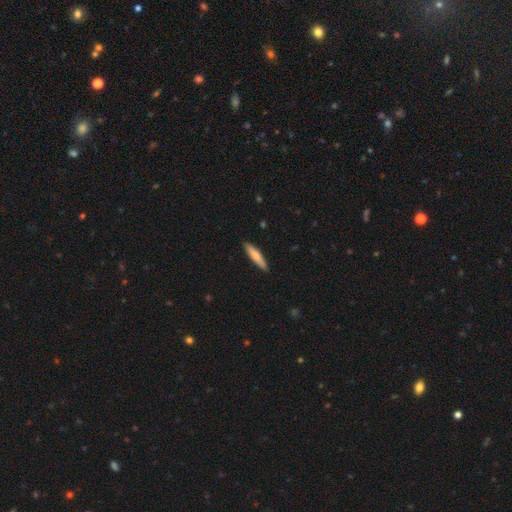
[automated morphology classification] Smooth or featured? smooth (70%)
How rounded? cigar-shaped (85%)
Merging? none (89%)